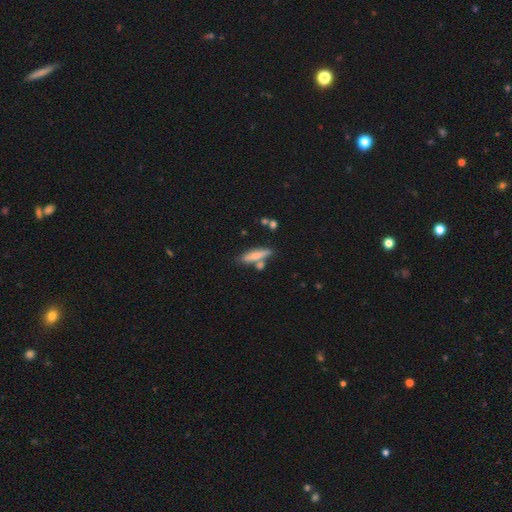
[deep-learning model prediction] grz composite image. It shows a smooth galaxy with no disk features (66%) that is cigar-shaped (73%). Merging: none (66%).